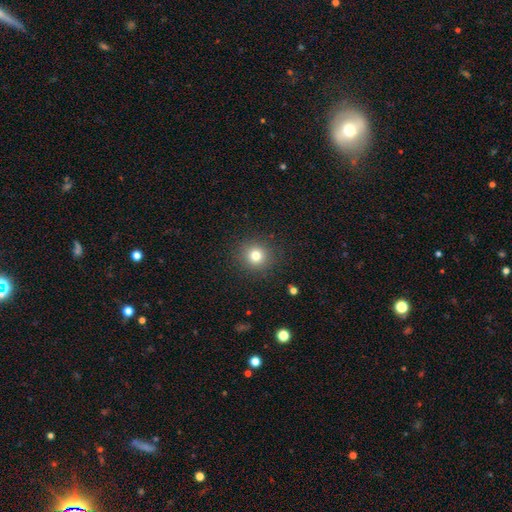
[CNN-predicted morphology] Smooth or featured? smooth (79%)
How rounded? round (93%)
Merging? none (90%)